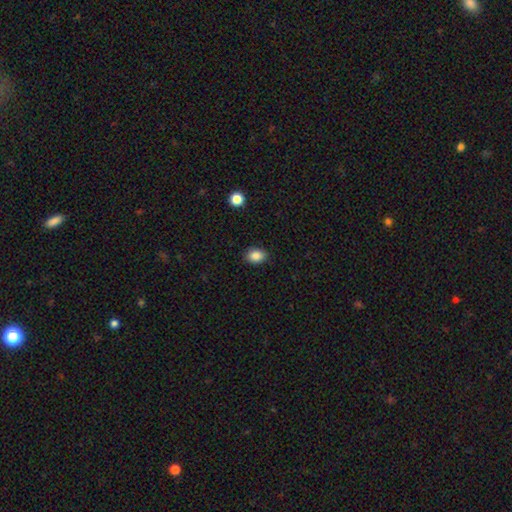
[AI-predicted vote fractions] Morphology: type=smooth (87%); roundness=in between (64%); merging=none (87%).